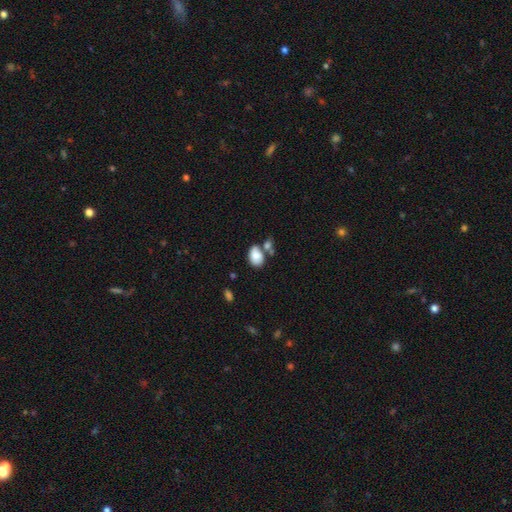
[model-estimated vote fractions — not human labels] smooth 80%, featured or disk 12%, star or artifact 8%. Down the decision tree: how rounded — in between (83%); merging — none (41%).